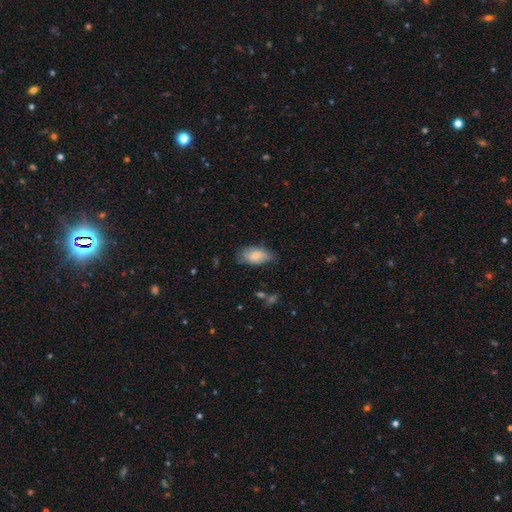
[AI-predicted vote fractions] Smooth or featured: smooth — 77% (featured or disk — 16%)
How rounded: in between — 93% (round — 4%)
Merging: none — 62% (minor disturbance — 30%)